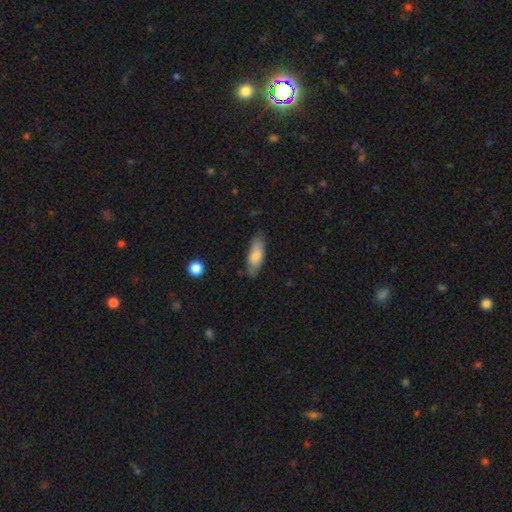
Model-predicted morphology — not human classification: smooth 79%, featured or disk 15%, star or artifact 6%. Down the decision tree: how rounded — in between (68%); merging — none (73%).